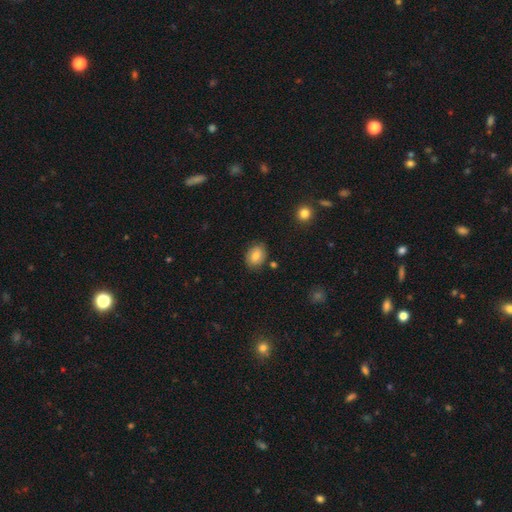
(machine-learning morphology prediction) Smooth or featured? Predicted: smooth (p=0.77). How rounded? Predicted: in between (p=0.65). Merging? Predicted: none (p=0.81).